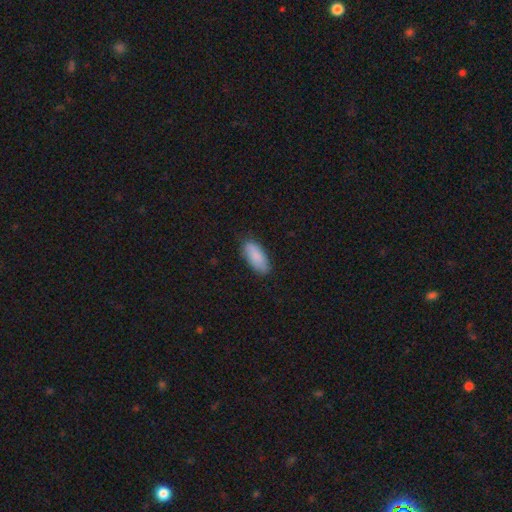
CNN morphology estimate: Smooth or featured: smooth — 88% (featured or disk — 6%)
How rounded: in between — 82% (cigar-shaped — 16%)
Merging: none — 82% (minor disturbance — 14%)